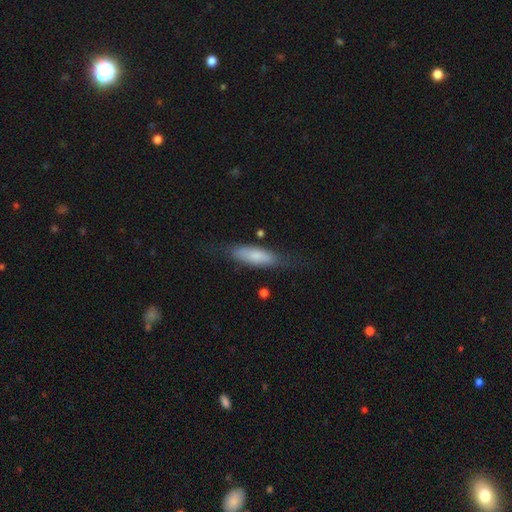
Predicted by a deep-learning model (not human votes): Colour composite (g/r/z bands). It shows a smooth galaxy with no disk features (73%) that is cigar-shaped (53%). Merging: none (69%).